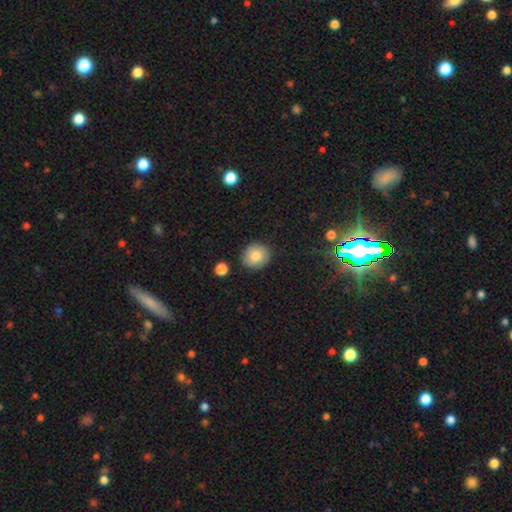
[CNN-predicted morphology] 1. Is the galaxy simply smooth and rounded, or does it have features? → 80% smooth, 12% featured or disk, 8% star or artifact.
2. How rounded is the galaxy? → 85% round, 14% in between, 1% cigar-shaped.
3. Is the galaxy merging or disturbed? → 87% none, 9% minor disturbance, 2% major disturbance, 2% merger.